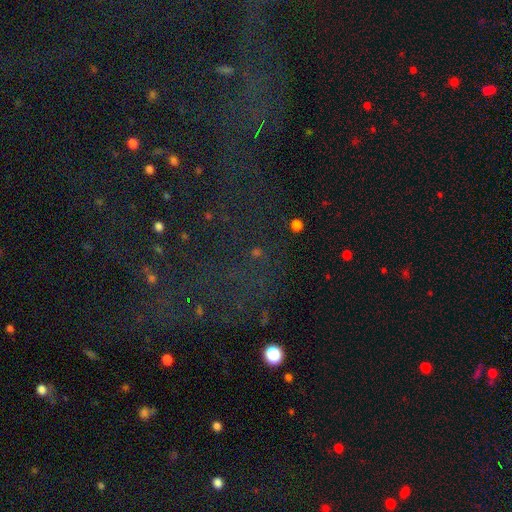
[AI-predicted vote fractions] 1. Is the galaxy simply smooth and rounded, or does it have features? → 68% star or artifact, 17% smooth, 14% featured or disk.